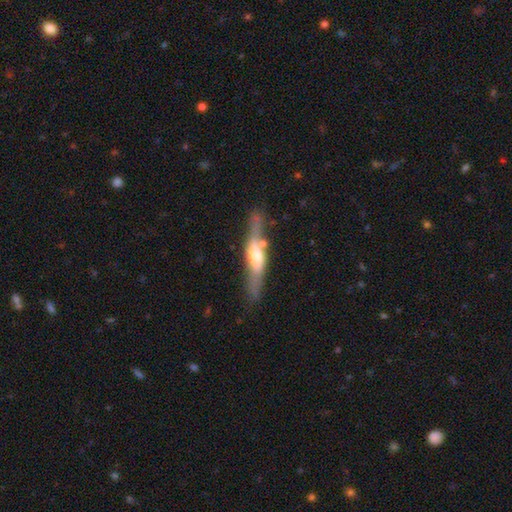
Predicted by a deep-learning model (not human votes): Smooth or featured? featured or disk (64%)
Edge-on disk? yes (82%)
Edge-on bulge? rounded (84%)
Merging? none (65%)